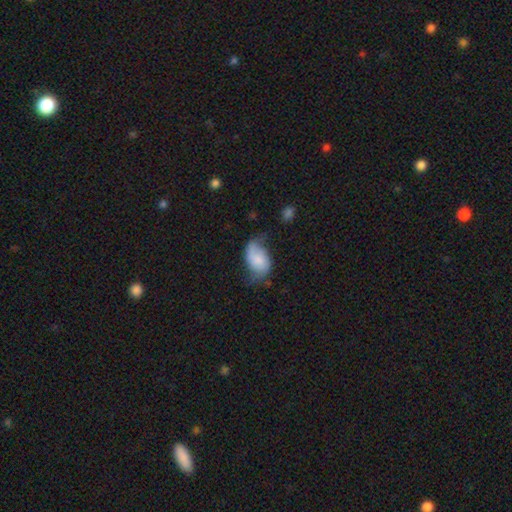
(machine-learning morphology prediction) This is possibly a smooth galaxy (56%). How rounded: clearly in between (88%). Merging: marginally none (39%).